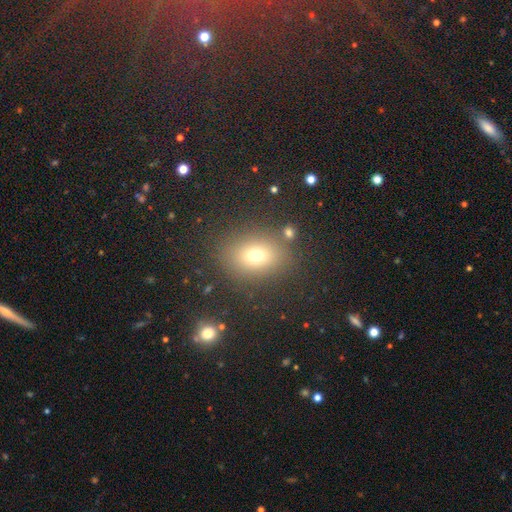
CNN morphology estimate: type=smooth (71%); roundness=in between (57%); merging=none (83%).